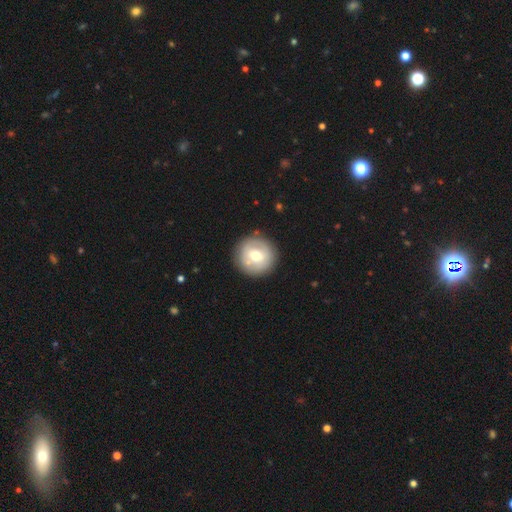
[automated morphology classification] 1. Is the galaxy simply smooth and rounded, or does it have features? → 58% smooth, 35% featured or disk, 7% star or artifact.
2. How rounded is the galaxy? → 95% round, 4% in between, 1% cigar-shaped.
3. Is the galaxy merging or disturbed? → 86% none, 8% minor disturbance, 3% merger, 3% major disturbance.